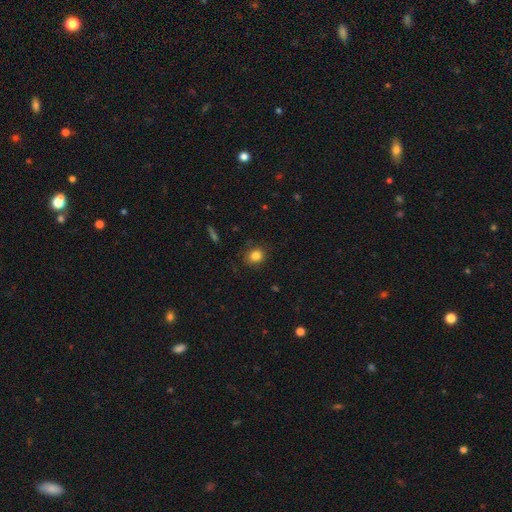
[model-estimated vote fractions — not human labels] A smooth galaxy with no disk features (83%) that is round (69%). Merging: none (82%).